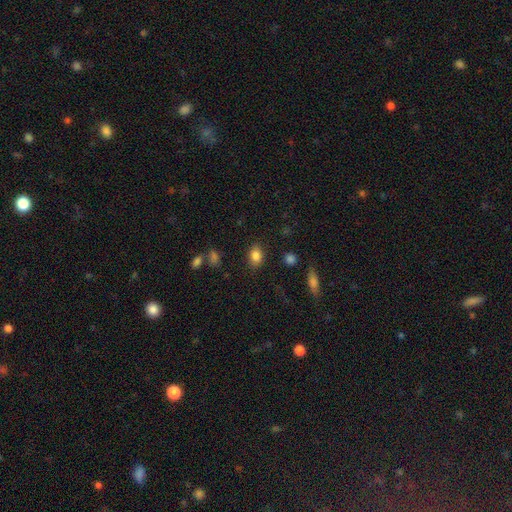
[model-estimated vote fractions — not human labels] Morphology: type=smooth (83%); roundness=in between (75%); merging=none (84%).